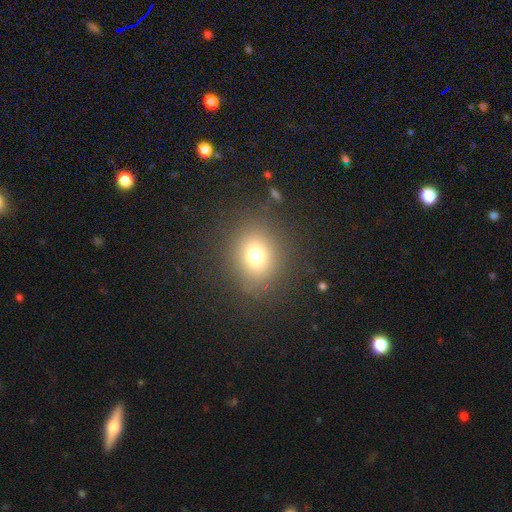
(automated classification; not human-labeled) smooth_or_featured: smooth (p=0.73) [alt: star or artifact p=0.16]
how_rounded: round (p=0.70) [alt: in between p=0.29]
merging: none (p=0.85) [alt: minor disturbance p=0.09]